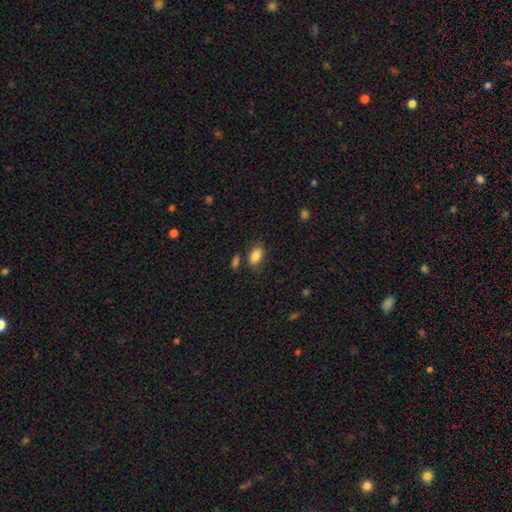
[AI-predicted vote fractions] Q: Smooth or featured?
A: smooth (86%); runner-up: star or artifact (8%)
Q: How rounded?
A: in between (88%); runner-up: round (10%)
Q: Merging?
A: none (76%); runner-up: minor disturbance (14%)